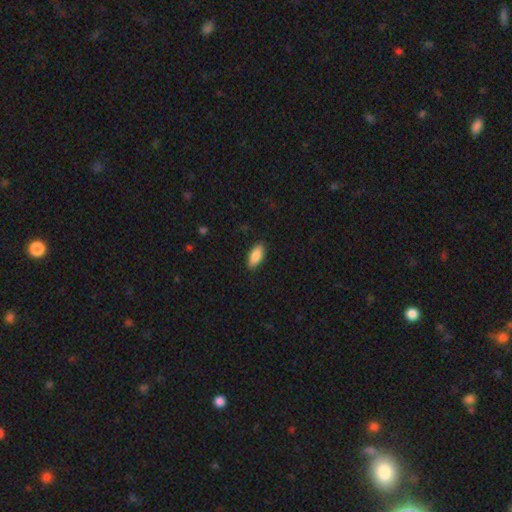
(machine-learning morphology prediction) Smooth or featured? Predicted: smooth (p=0.88). How rounded? Predicted: in between (p=0.88). Merging? Predicted: none (p=0.88).